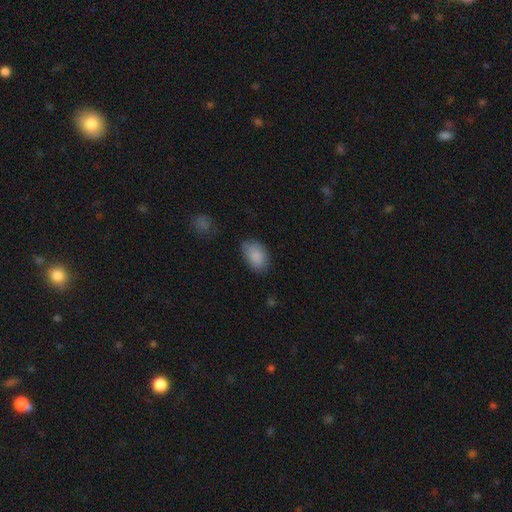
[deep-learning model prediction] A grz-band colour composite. It shows a smooth galaxy with no disk features (87%) that is in between round and cigar-shaped (87%). Merging: none (68%).